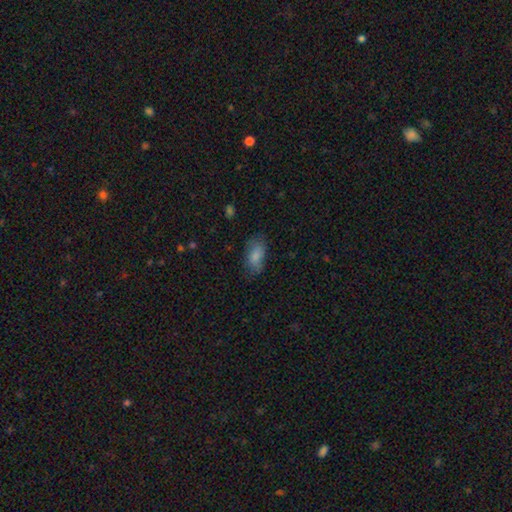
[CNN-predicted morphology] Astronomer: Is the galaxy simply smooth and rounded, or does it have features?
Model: smooth — 82%.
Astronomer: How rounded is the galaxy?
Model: in between — 91%.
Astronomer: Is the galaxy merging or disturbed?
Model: none — 67%.